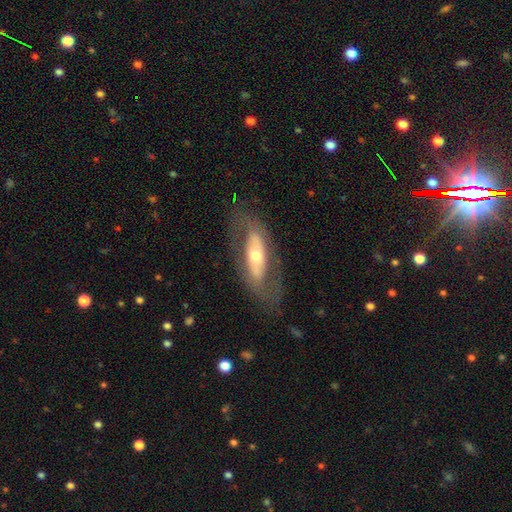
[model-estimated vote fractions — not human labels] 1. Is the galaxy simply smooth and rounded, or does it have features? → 64% featured or disk, 30% smooth, 6% star or artifact.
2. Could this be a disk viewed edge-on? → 81% no, 19% yes.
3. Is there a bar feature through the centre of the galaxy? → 55% no, 26% strong, 20% weak.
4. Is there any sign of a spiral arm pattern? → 53% no, 47% yes.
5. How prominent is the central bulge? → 57% moderate, 31% small, 9% large, 2% dominant, 1% none.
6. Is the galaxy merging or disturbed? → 73% none, 14% minor disturbance, 11% major disturbance, 1% merger.